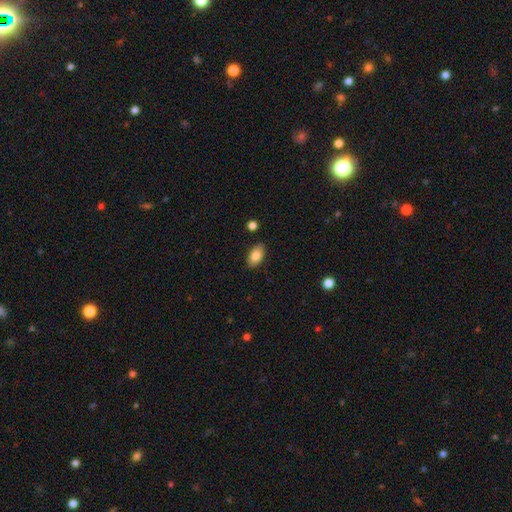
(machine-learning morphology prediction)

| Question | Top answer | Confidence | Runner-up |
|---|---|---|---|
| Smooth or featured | smooth | 83% | featured or disk (10%) |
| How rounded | in between | 93% | round (5%) |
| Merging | none | 86% | minor disturbance (10%) |